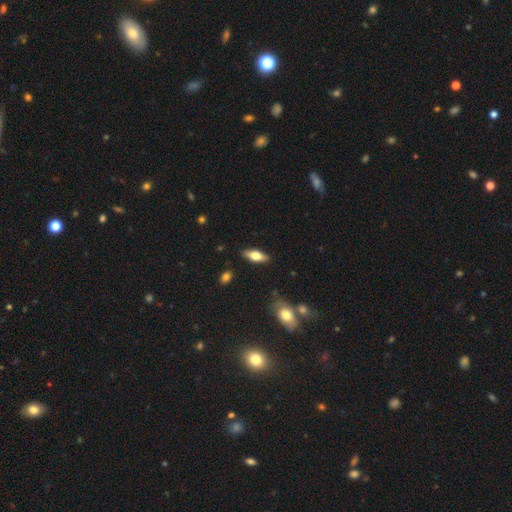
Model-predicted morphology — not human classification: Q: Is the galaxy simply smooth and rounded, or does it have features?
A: smooth — 59%.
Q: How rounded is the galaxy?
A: in between — 71%.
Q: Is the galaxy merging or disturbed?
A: none — 87%.